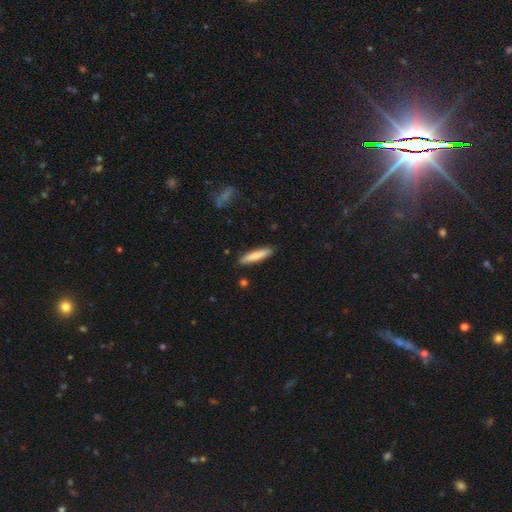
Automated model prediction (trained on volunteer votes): Smooth or featured: smooth — 77% (featured or disk — 18%)
How rounded: cigar-shaped — 84% (in between — 14%)
Merging: none — 89% (minor disturbance — 8%)